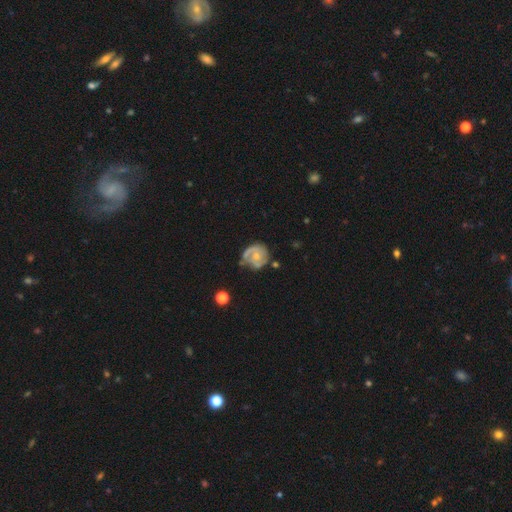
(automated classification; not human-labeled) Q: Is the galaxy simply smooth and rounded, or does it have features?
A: featured or disk — 74%.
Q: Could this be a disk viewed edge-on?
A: no — 98%.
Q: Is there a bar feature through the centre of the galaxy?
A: no — 73%.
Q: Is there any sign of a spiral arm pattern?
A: yes — 85%.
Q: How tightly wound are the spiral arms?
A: tight — 54%.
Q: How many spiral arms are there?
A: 2 — 48%.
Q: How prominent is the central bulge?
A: moderate — 47%, tied with small.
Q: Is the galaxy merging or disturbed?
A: none — 53%.